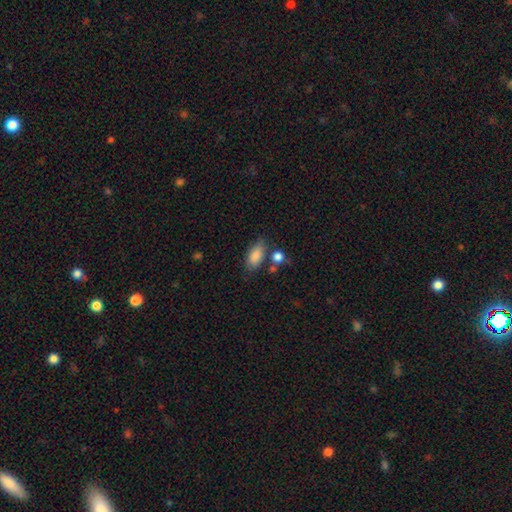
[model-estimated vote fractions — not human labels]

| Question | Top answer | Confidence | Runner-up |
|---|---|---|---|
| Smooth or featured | smooth | 86% | star or artifact (7%) |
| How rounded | in between | 89% | cigar-shaped (6%) |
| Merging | none | 65% | minor disturbance (18%) |